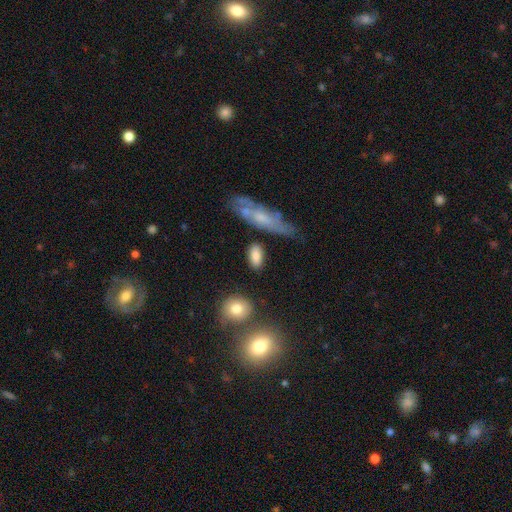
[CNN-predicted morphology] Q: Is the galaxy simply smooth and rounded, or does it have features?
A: smooth — 81%.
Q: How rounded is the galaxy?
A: in between — 84%.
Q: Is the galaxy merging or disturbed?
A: none — 75%.